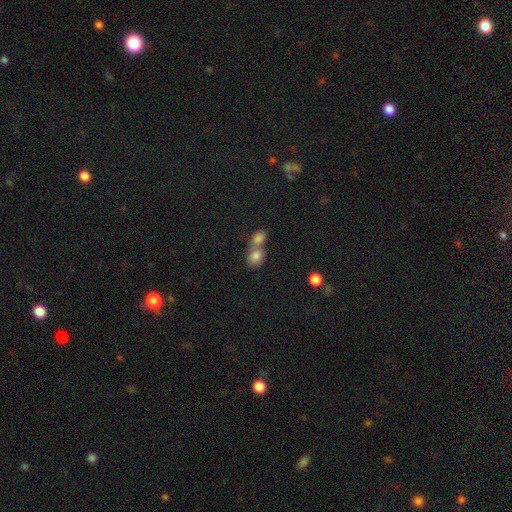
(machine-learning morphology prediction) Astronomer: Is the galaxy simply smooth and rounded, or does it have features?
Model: smooth — 80%.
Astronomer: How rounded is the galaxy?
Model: in between — 58% (runner-up: round, 40%).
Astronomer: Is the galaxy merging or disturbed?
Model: merger — 65%.